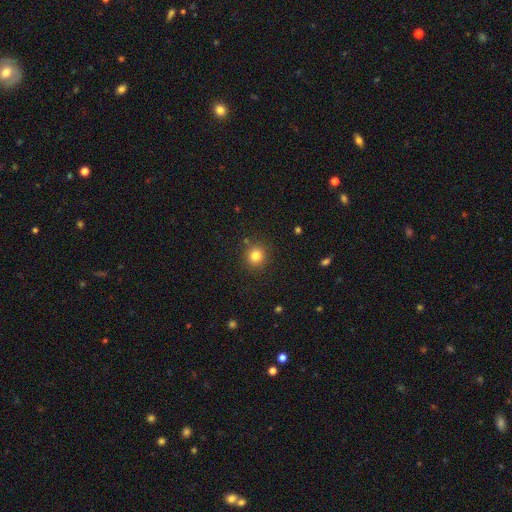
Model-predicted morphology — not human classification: smooth_or_featured: smooth (p=0.82) [alt: star or artifact p=0.12]
how_rounded: round (p=0.91) [alt: in between p=0.08]
merging: none (p=0.87) [alt: minor disturbance p=0.08]